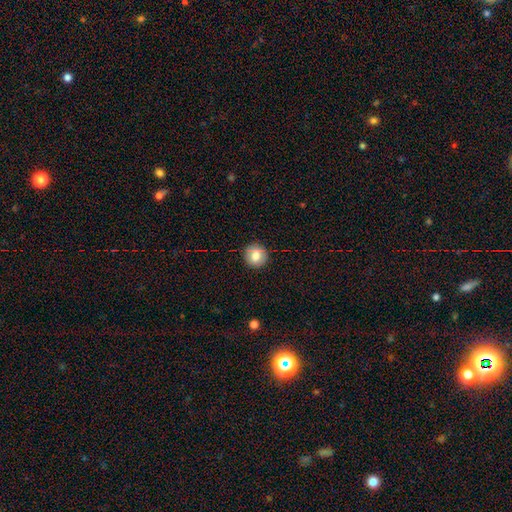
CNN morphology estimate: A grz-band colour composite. It shows a smooth galaxy with no disk features (80%) that is round (92%). Merging: none (90%).